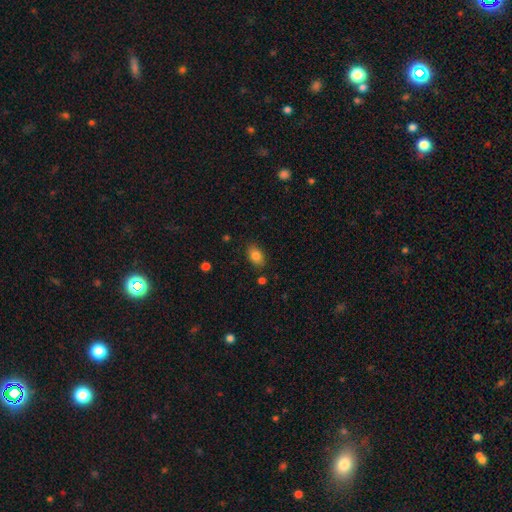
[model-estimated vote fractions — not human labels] Smooth or featured? Predicted: smooth (p=0.83). How rounded? Predicted: in between (p=0.87). Merging? Predicted: none (p=0.83).